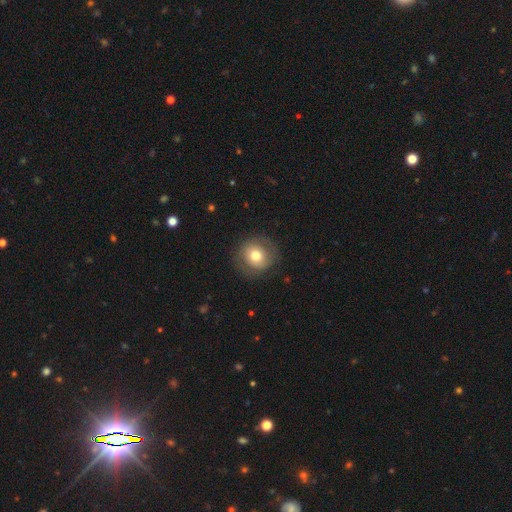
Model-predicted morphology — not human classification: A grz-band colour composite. It shows a smooth galaxy with no disk features (66%) that is round (87%). Merging: none (81%).